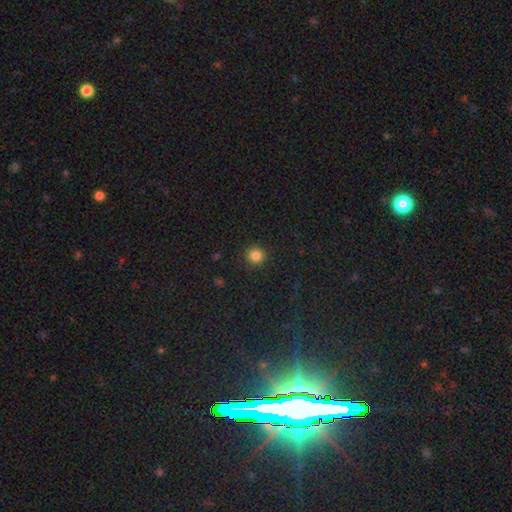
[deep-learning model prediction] A smooth galaxy with no disk features (84%) that is round (94%). Merging: none (92%).